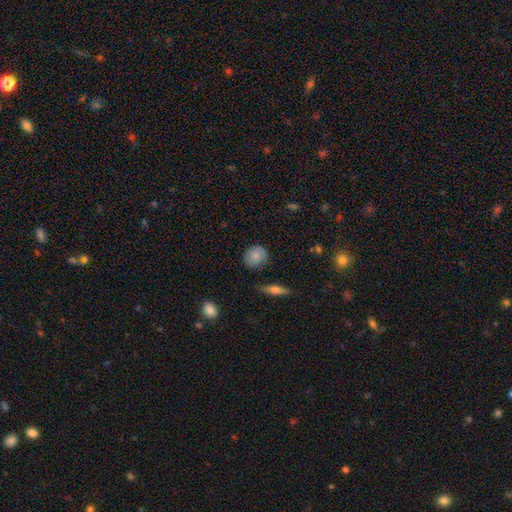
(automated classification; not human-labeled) A smooth galaxy with no disk features (79%) that is round (74%). Merging: none (76%).